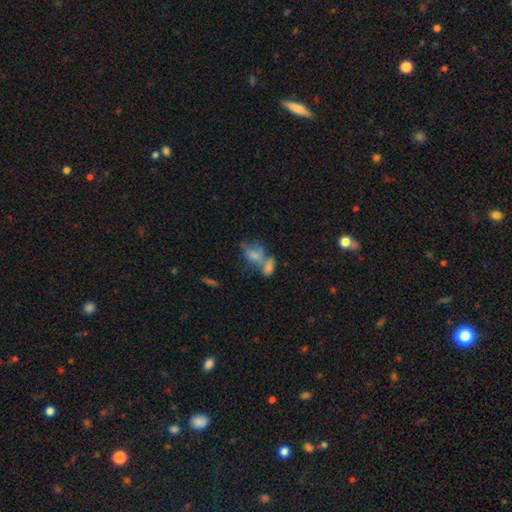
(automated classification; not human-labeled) Smooth or featured? Predicted: smooth (p=0.61). How rounded? Predicted: in between (p=0.82). Merging? Predicted: merger (p=0.60).